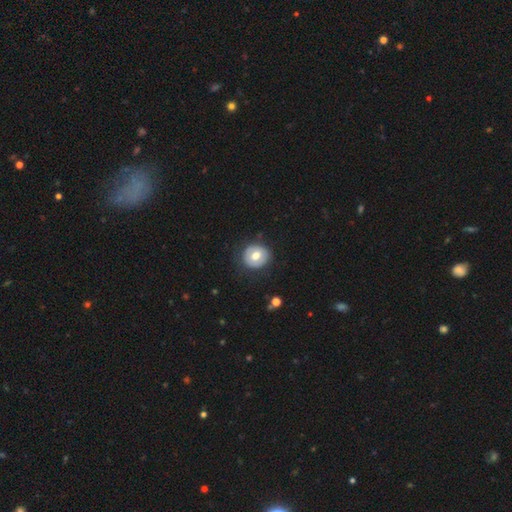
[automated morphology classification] This appears to be a smooth galaxy with no disk features (59%) that is round (84%). Merging: none (84%).